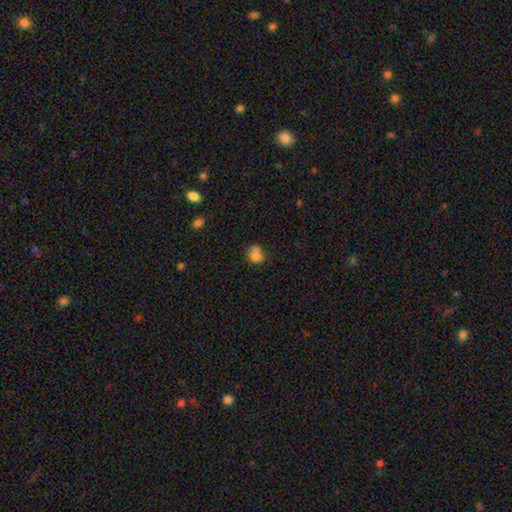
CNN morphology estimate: This is likely a smooth galaxy (78%). How rounded: possibly round (58%). Merging: marginally none (41%).